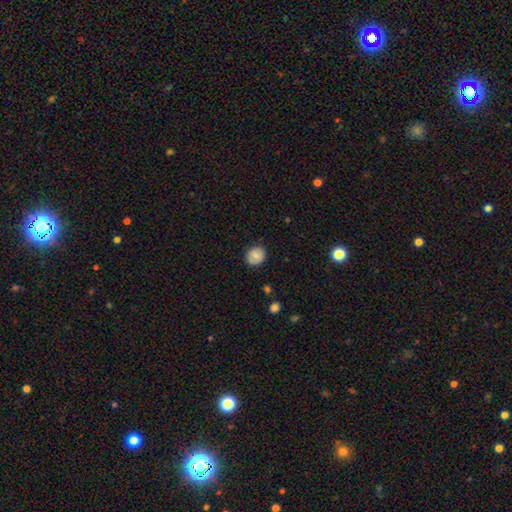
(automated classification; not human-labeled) smooth_or_featured: smooth (p=0.75) [alt: featured or disk p=0.17]
how_rounded: round (p=0.68) [alt: in between p=0.31]
merging: none (p=0.84) [alt: minor disturbance p=0.13]